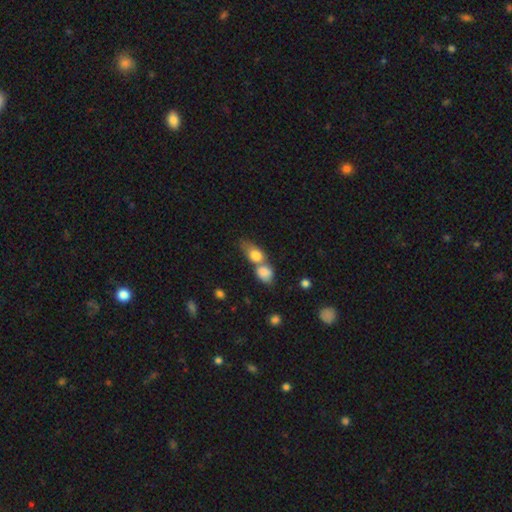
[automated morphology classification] Overall: smooth (79%). How rounded: in between (68%). Merging: merger (70%).